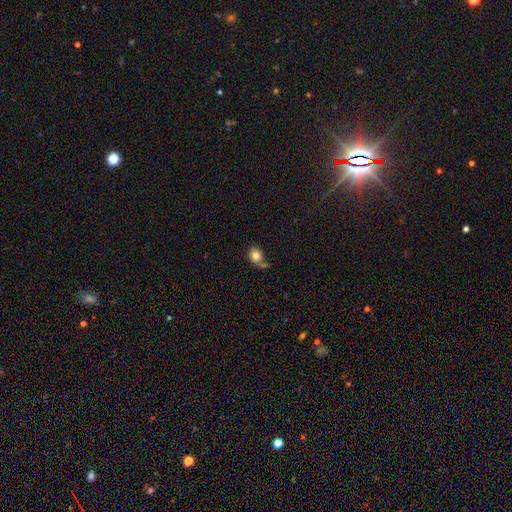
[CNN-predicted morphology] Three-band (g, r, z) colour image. It shows a smooth galaxy with no disk features (79%) that is round (69%). Merging: none (48%).